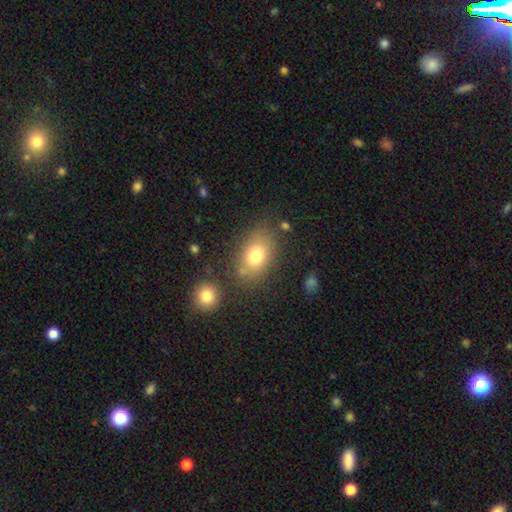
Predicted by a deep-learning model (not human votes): A smooth galaxy with no disk features (76%) that is in between round and cigar-shaped (78%). Merging: none (74%).